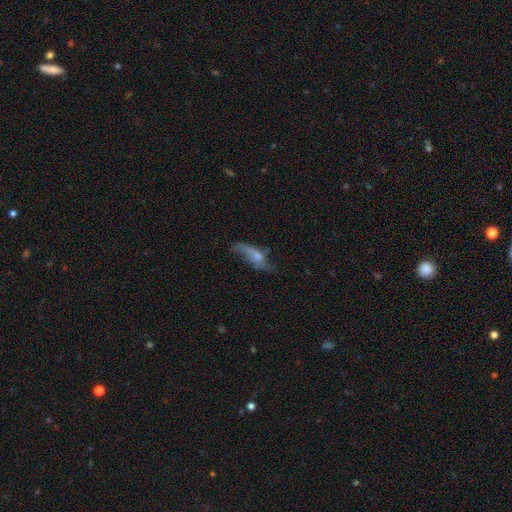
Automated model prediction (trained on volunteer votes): A featured or disk galaxy (52%). Merging: none (38%).